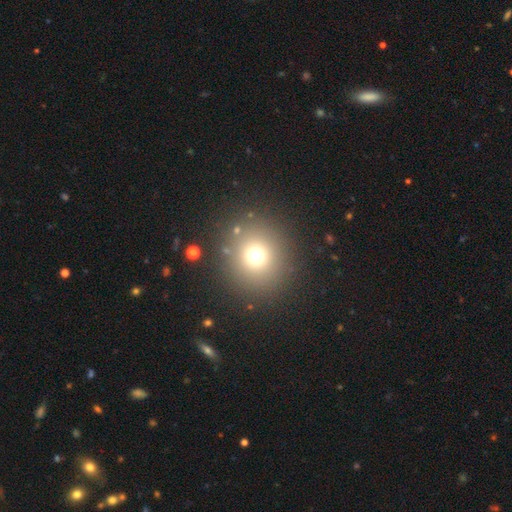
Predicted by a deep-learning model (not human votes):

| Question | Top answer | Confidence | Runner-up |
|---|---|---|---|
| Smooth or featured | smooth | 69% | star or artifact (22%) |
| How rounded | round | 90% | in between (9%) |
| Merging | none | 85% | minor disturbance (7%) |